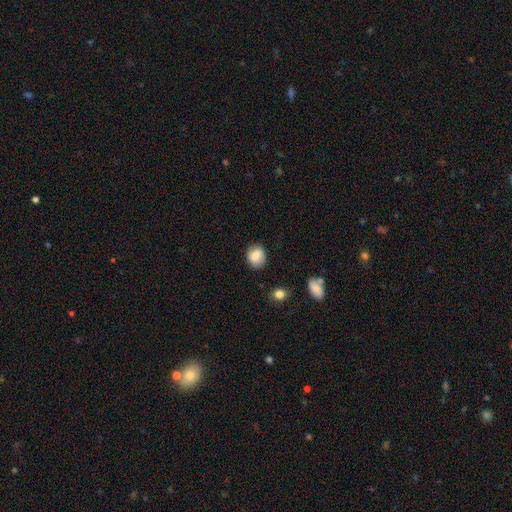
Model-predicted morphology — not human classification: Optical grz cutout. It shows a smooth galaxy with no disk features (76%) that is round (60%). Merging: none (80%).